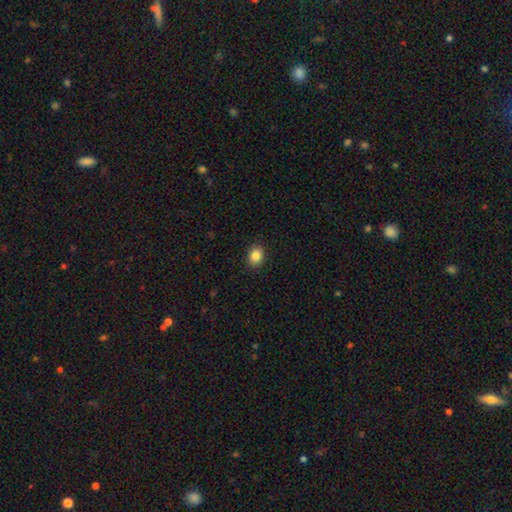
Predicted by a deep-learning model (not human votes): Smooth or featured?
  - smooth: 86% *
  - star or artifact: 9%
  - featured or disk: 5%
How rounded?
  - in between: 59% *
  - round: 40%
  - cigar-shaped: 1%
Merging?
  - none: 90% *
  - minor disturbance: 7%
  - major disturbance: 2%
  - merger: 1%